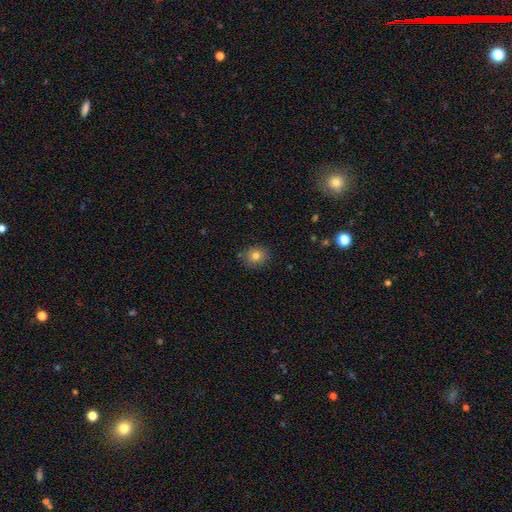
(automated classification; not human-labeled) Overall: smooth (78%). How rounded: round (70%). Merging: none (86%).